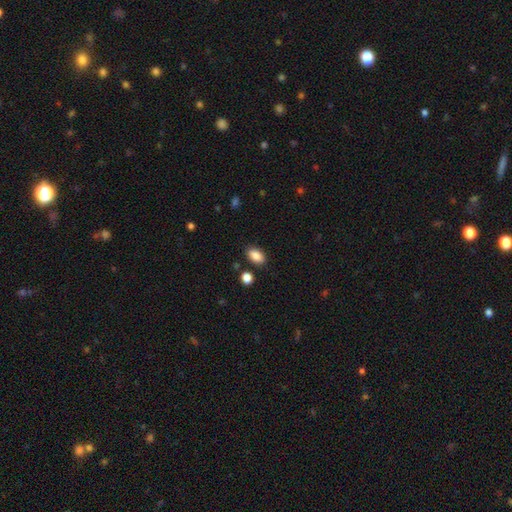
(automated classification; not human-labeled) Q: Smooth or featured?
A: smooth (87%); runner-up: star or artifact (8%)
Q: How rounded?
A: in between (89%); runner-up: round (9%)
Q: Merging?
A: none (85%); runner-up: minor disturbance (9%)